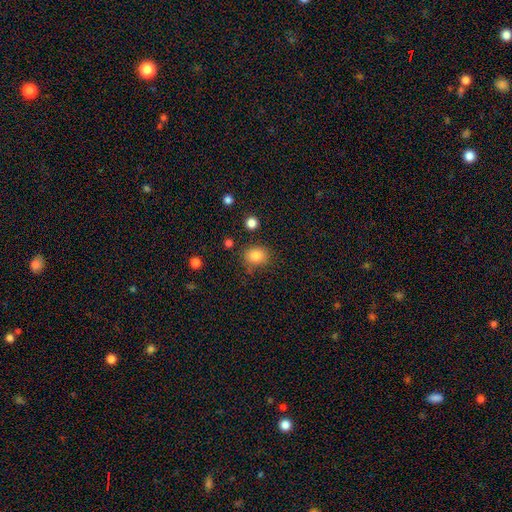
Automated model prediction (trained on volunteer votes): This is clearly a smooth galaxy (84%). How rounded: likely round (60%). Merging: likely none (77%).